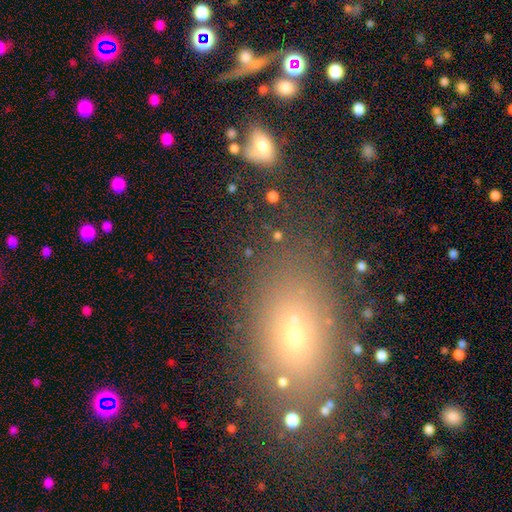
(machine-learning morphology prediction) This is likely a smooth galaxy (63%). How rounded: clearly in between (80%). Merging: clearly none (82%).